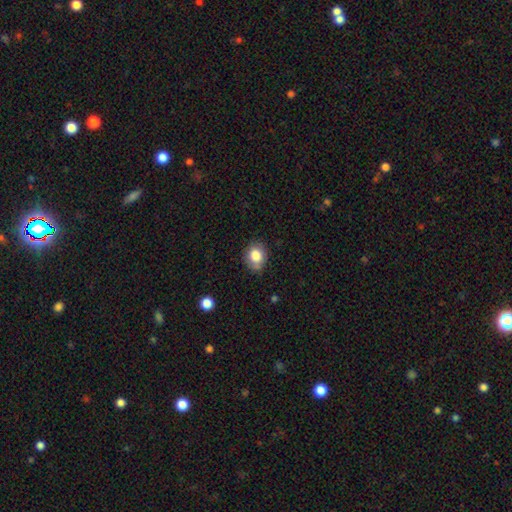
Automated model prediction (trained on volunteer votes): A smooth galaxy with no disk features (83%) that is round (54%).

Vote fractions:
- Smooth or featured? smooth: 83% / star or artifact: 9% / featured or disk: 8%
- How rounded? round: 54% / in between: 45% / cigar-shaped: 1%
- Merging? none: 75% / minor disturbance: 20% / major disturbance: 4% / merger: 2%